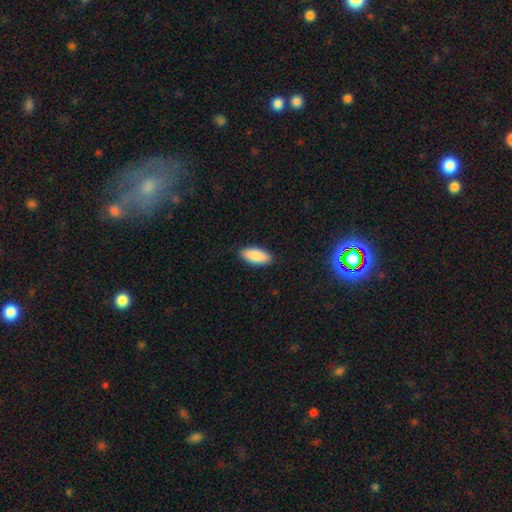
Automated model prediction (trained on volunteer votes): Smooth or featured?
  - smooth: 89% *
  - star or artifact: 6%
  - featured or disk: 5%
How rounded?
  - in between: 87% *
  - cigar-shaped: 11%
  - round: 2%
Merging?
  - none: 88% *
  - minor disturbance: 9%
  - major disturbance: 2%
  - merger: 1%